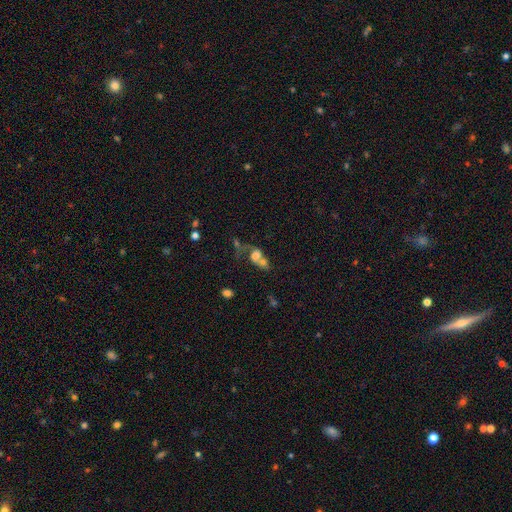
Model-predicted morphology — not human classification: A smooth galaxy with no disk features (51%) that is in between round and cigar-shaped (55%). Merging: merger (68%).